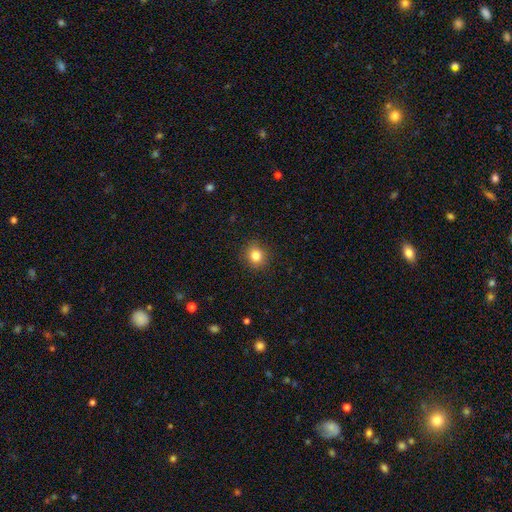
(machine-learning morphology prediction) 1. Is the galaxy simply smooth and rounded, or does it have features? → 83% smooth, 11% star or artifact, 6% featured or disk.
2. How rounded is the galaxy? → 81% round, 18% in between, 1% cigar-shaped.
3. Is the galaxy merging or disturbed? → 90% none, 7% minor disturbance, 2% major disturbance, 1% merger.